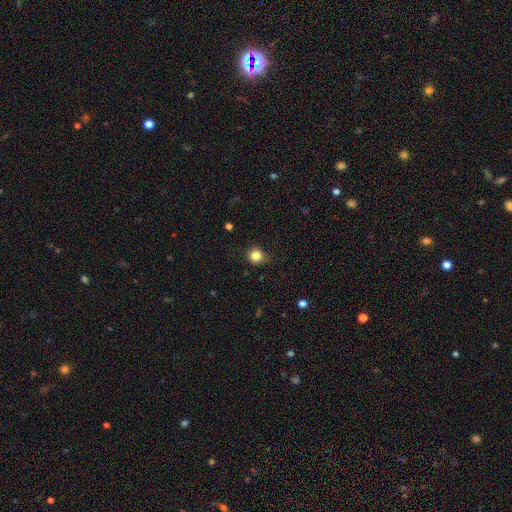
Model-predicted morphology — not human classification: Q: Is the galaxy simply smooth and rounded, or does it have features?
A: smooth — 84%.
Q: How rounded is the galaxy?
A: round — 90%.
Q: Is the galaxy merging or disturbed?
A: none — 81%.